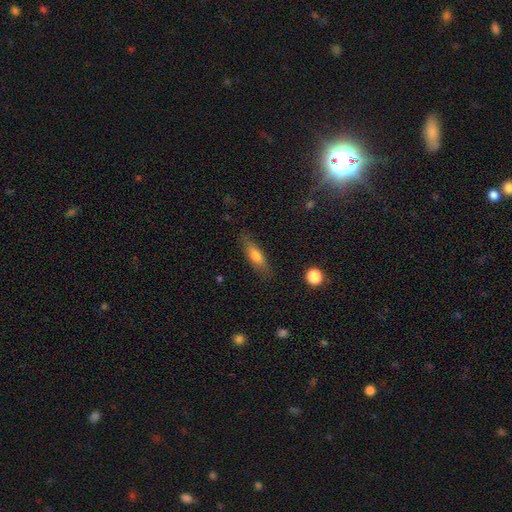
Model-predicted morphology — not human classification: A smooth galaxy with no disk features (69%) that is cigar-shaped (53%). Merging: none (82%).